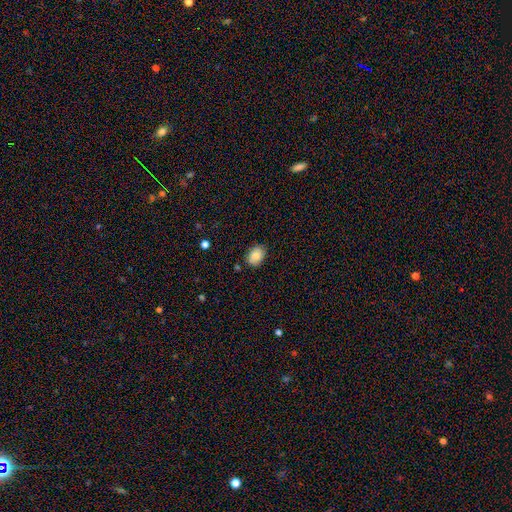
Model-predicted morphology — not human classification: Smooth or featured?
  - smooth: 81% *
  - featured or disk: 11%
  - star or artifact: 8%
How rounded?
  - in between: 71% *
  - round: 28%
  - cigar-shaped: 1%
Merging?
  - none: 81% *
  - minor disturbance: 14%
  - major disturbance: 3%
  - merger: 2%